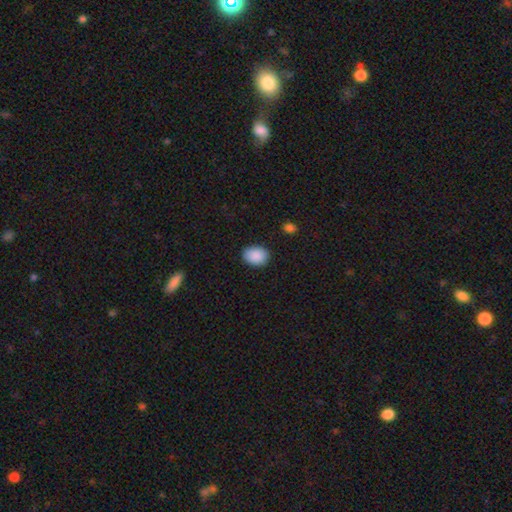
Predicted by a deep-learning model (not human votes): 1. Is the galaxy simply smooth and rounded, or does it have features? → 90% smooth, 7% star or artifact, 3% featured or disk.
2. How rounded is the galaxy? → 71% in between, 28% round, 1% cigar-shaped.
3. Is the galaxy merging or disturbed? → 87% none, 9% minor disturbance, 2% major disturbance, 1% merger.